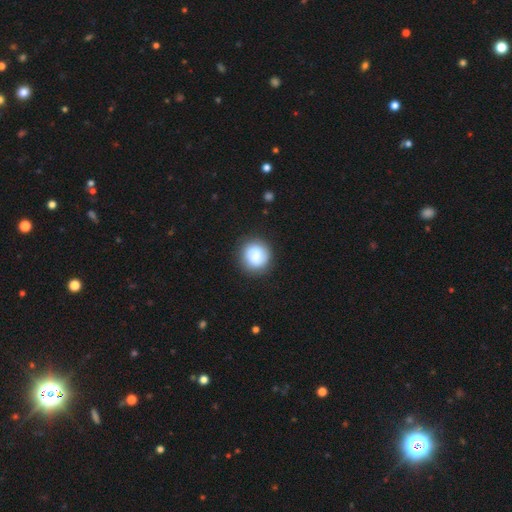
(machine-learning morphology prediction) The model was most divided on "smooth or featured": smooth: 77%, featured or disk: 15%, star or artifact: 7%. More confident: how rounded — round (90%); merging — none (85%).